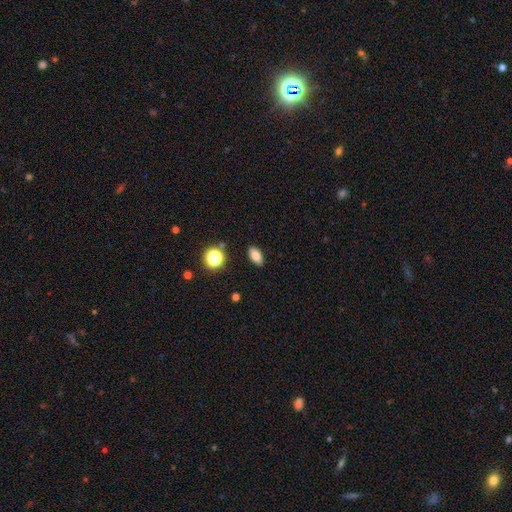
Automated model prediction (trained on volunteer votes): A smooth galaxy with no disk features (79%) that is in between round and cigar-shaped (86%).

Vote fractions:
- Smooth or featured? smooth: 79% / star or artifact: 11% / featured or disk: 9%
- How rounded? in between: 86% / round: 8% / cigar-shaped: 6%
- Merging? none: 89% / minor disturbance: 8% / major disturbance: 2% / merger: 1%